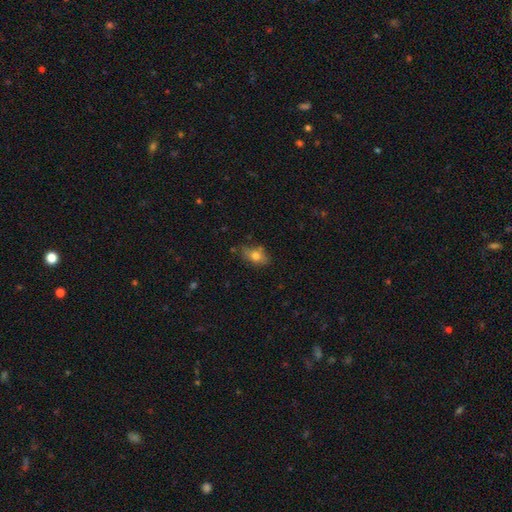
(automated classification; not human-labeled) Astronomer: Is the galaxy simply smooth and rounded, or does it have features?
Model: smooth — 72%.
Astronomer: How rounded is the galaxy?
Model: in between — 80%.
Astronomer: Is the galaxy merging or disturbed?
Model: none — 67%.